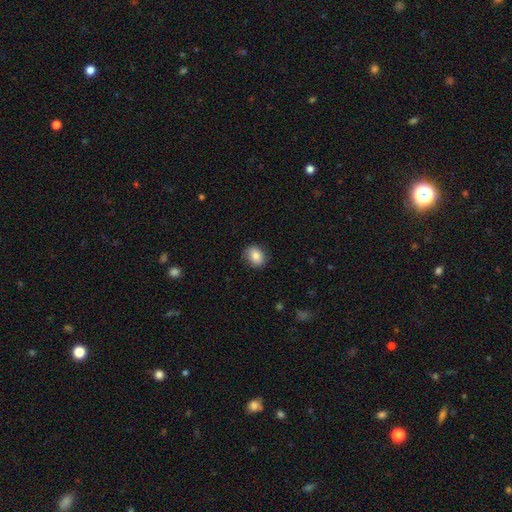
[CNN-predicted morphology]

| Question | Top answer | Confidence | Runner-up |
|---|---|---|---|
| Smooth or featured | smooth | 82% | featured or disk (10%) |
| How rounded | in between | 50% | round (49%) |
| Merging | none | 83% | minor disturbance (13%) |